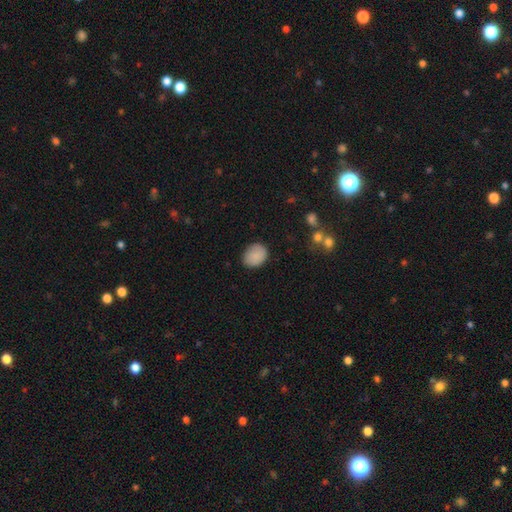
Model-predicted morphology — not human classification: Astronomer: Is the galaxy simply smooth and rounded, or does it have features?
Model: smooth — 88%.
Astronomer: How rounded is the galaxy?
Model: round — 54% (runner-up: in between, 45%).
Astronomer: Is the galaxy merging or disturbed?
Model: none — 82%.